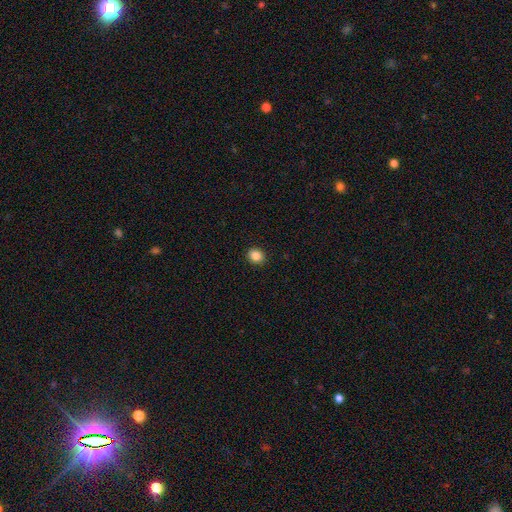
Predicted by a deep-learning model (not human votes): Morphology: type=smooth (86%); roundness=round (68%); merging=none (92%).